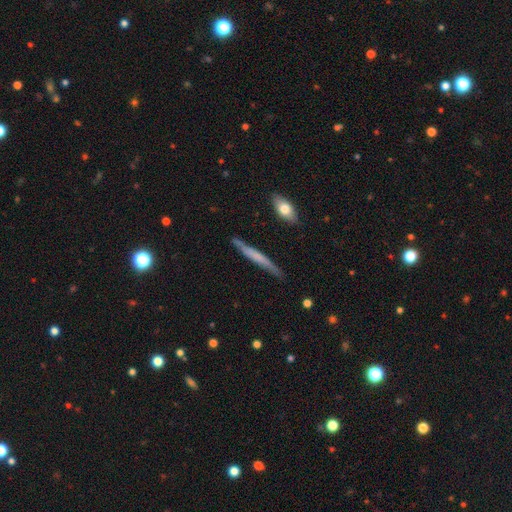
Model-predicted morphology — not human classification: Smooth or featured: featured or disk — 48% (smooth — 45%)
Merging: none — 77% (minor disturbance — 17%)